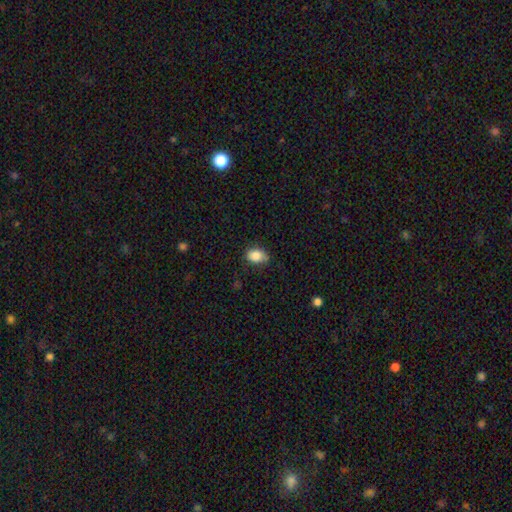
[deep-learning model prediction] Smooth or featured? Predicted: smooth (p=0.85). How rounded? Predicted: in between (p=0.67). Merging? Predicted: none (p=0.66).